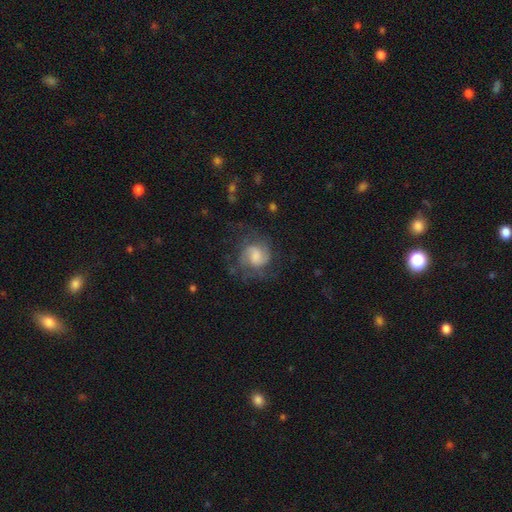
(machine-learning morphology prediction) Overall: featured or disk (66%). Edge-on disk: no (97%). Bar: no (48%; weak 44%). Spiral arms: yes (90%). Spiral arm count: 2 (59%; can't tell 20%). Spiral winding: medium (47%; tight 32%). Bulge size: moderate (38%; small 25%). Merging: none (61%).